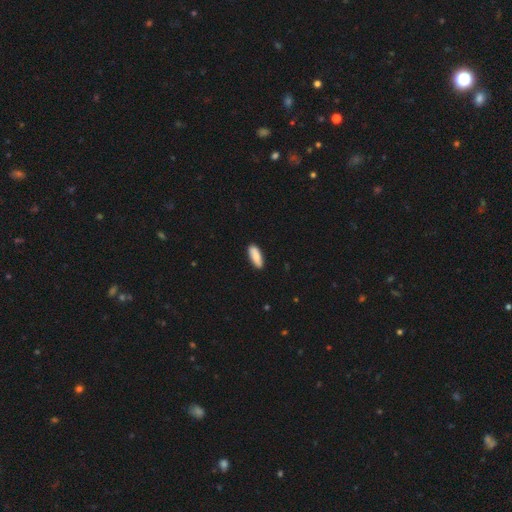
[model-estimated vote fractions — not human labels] A smooth galaxy with no disk features (85%) that is in between round and cigar-shaped (68%).

Vote fractions:
- Smooth or featured? smooth: 85% / featured or disk: 10% / star or artifact: 6%
- How rounded? in between: 68% / cigar-shaped: 30% / round: 2%
- Merging? none: 87% / minor disturbance: 10% / major disturbance: 2% / merger: 1%